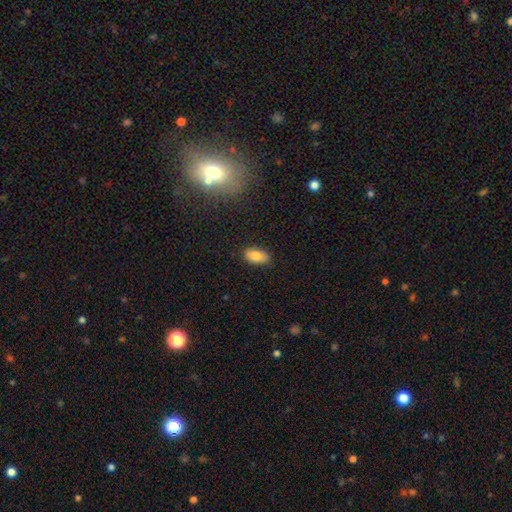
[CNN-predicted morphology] Smooth or featured?
  - smooth: 81% *
  - featured or disk: 10%
  - star or artifact: 9%
How rounded?
  - in between: 92% *
  - round: 4%
  - cigar-shaped: 4%
Merging?
  - none: 83% *
  - minor disturbance: 13%
  - major disturbance: 2%
  - merger: 1%